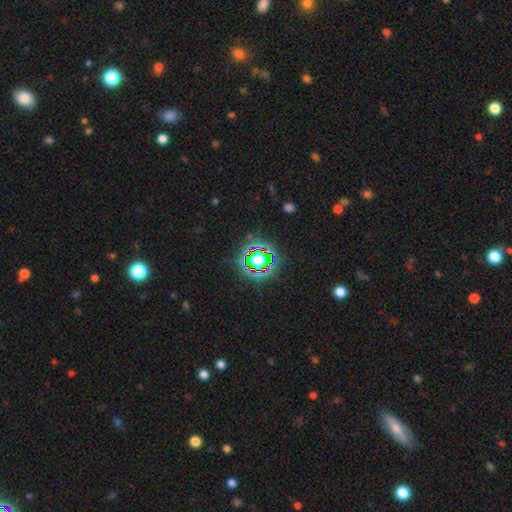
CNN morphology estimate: A star or artifact, not a galaxy (78%).